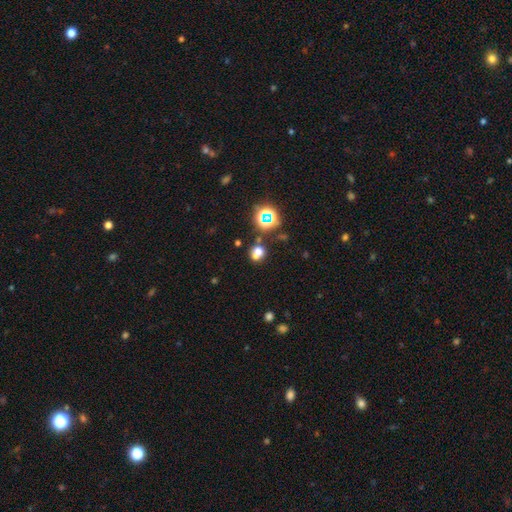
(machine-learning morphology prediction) A smooth galaxy with no disk features (62%) that is round (69%). Merging: none (56%).